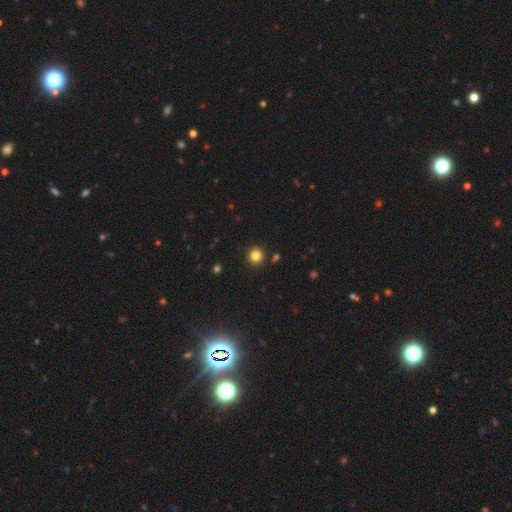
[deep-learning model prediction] Q: Smooth or featured?
A: smooth (83%); runner-up: star or artifact (13%)
Q: How rounded?
A: round (93%); runner-up: in between (6%)
Q: Merging?
A: none (91%); runner-up: minor disturbance (5%)